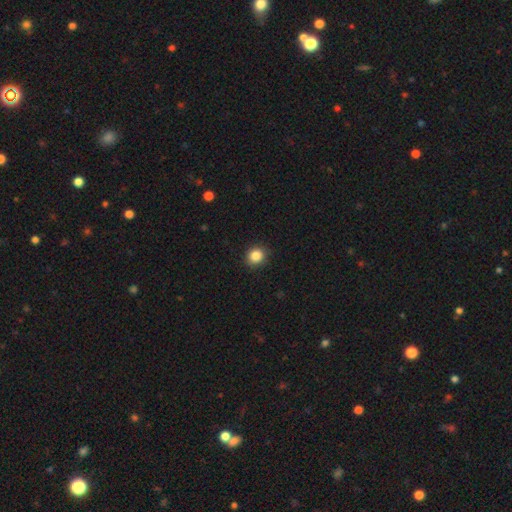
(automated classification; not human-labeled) This appears to be a smooth galaxy with no disk features (86%) that is round (82%). Merging: none (89%).